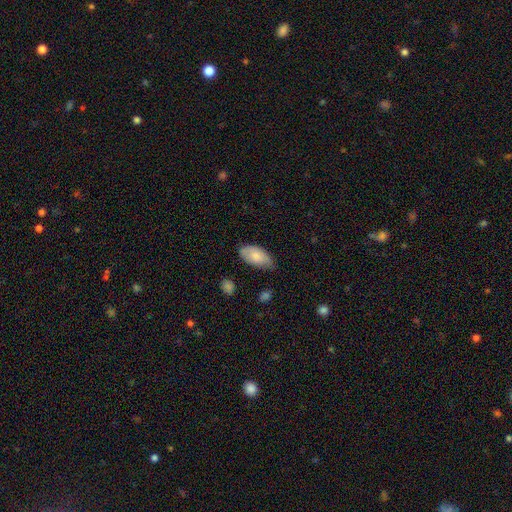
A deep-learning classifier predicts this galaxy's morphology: Smooth or featured? Predicted: smooth (p=0.77). How rounded? Predicted: in between (p=0.94). Merging? Predicted: none (p=0.60).